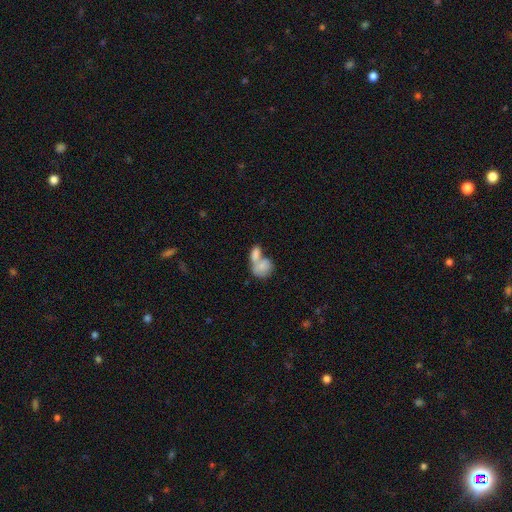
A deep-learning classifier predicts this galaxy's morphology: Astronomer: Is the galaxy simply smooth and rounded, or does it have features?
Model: smooth — 73%.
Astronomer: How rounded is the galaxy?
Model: in between — 66%.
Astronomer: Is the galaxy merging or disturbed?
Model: merger — 65%.